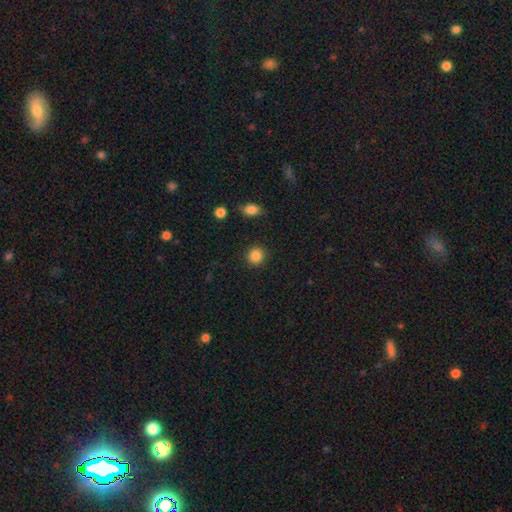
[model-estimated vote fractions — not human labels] Smooth or featured?
  - smooth: 87% *
  - star or artifact: 10%
  - featured or disk: 3%
How rounded?
  - round: 90% *
  - in between: 9%
  - cigar-shaped: 1%
Merging?
  - none: 90% *
  - minor disturbance: 6%
  - major disturbance: 2%
  - merger: 1%